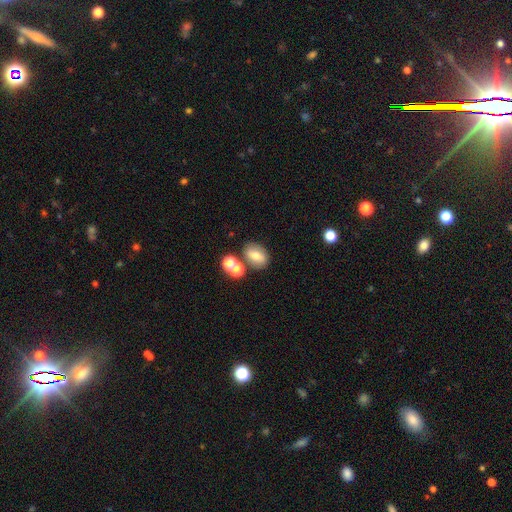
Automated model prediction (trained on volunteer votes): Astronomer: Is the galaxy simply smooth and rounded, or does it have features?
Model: smooth — 69%.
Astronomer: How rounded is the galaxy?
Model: in between — 71%.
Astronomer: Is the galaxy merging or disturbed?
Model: none — 62%.